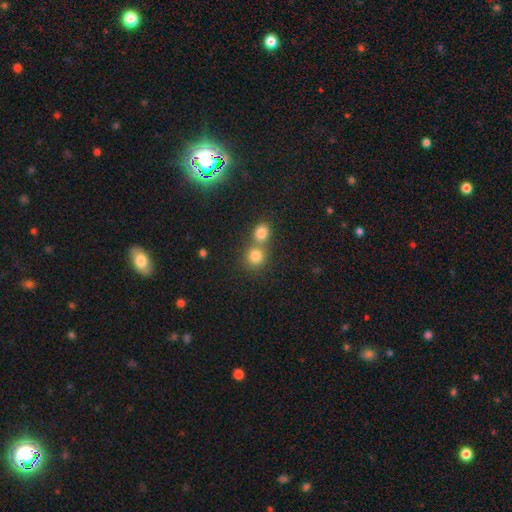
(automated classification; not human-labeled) smooth_or_featured: smooth (p=0.81) [alt: star or artifact p=0.12]
how_rounded: round (p=0.86) [alt: in between p=0.13]
merging: merger (p=0.47) [alt: none p=0.45]